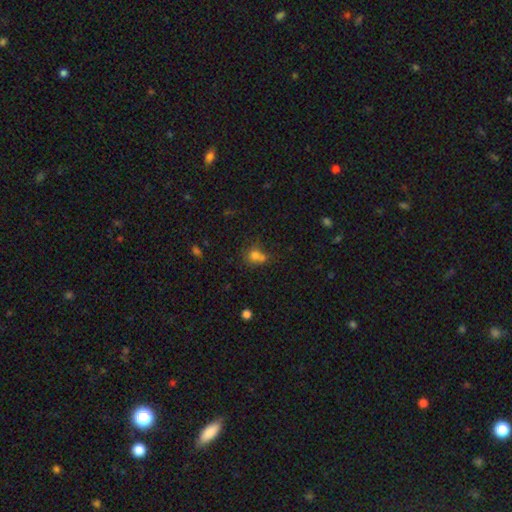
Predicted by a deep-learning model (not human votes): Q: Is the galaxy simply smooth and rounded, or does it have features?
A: smooth — 73%.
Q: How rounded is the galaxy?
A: round — 66%.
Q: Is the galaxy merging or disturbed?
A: none — 40%.